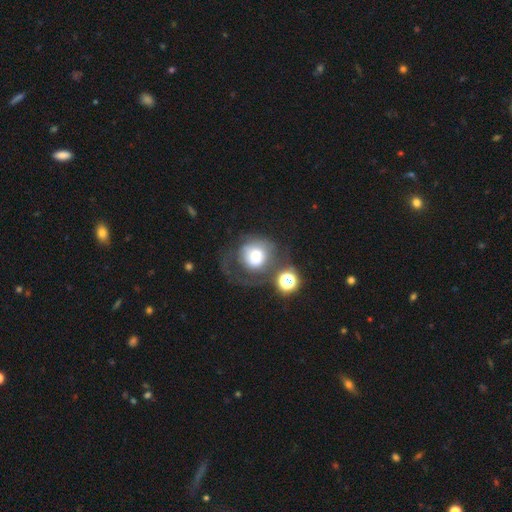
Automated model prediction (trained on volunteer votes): Smooth or featured? Predicted: smooth (p=0.52). How rounded? Predicted: round (p=0.84). Merging? Predicted: major disturbance (p=0.38).